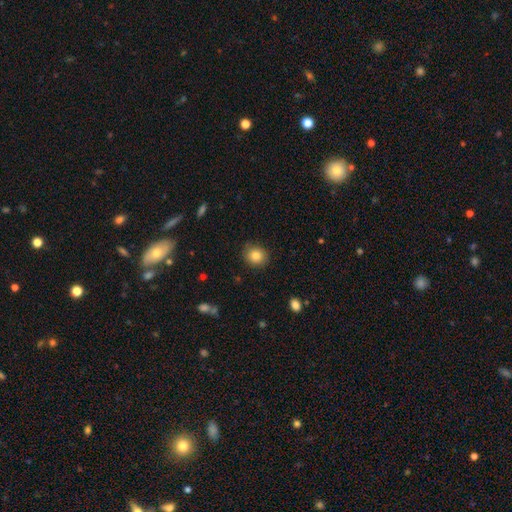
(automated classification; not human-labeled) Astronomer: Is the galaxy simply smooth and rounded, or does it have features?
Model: smooth — 83%.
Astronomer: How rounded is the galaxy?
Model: round — 78%.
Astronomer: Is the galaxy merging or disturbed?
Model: none — 86%.